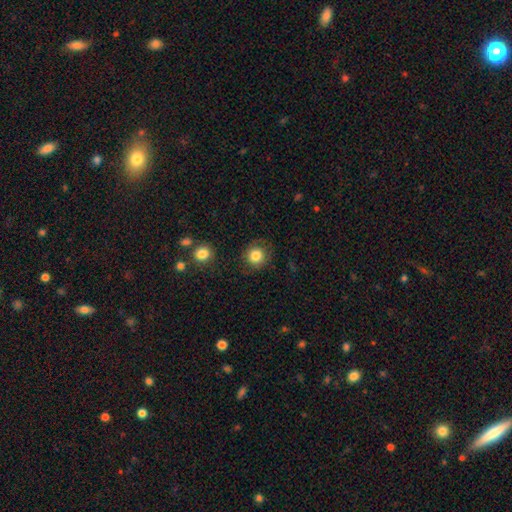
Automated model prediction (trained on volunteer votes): A smooth galaxy with no disk features (83%) that is round (91%). Merging: none (81%).